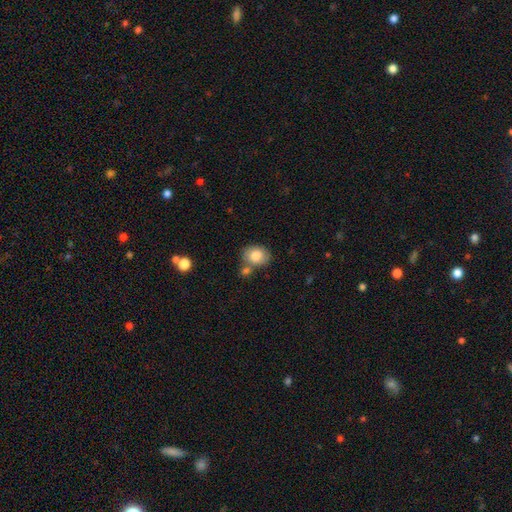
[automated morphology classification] Smooth or featured? smooth (81%)
How rounded? in between (52%)
Merging? none (58%)